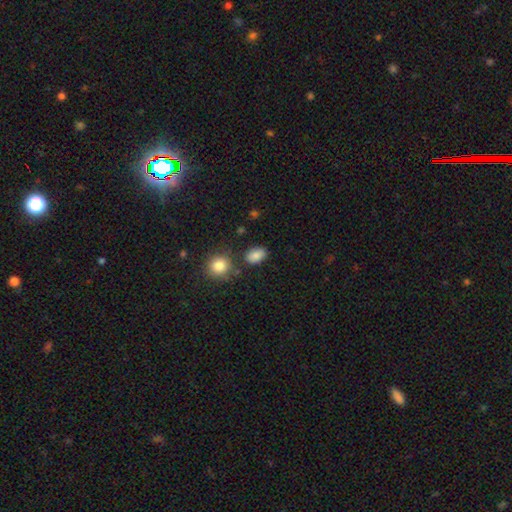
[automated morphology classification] Smooth or featured?
  - smooth: 84% *
  - star or artifact: 10%
  - featured or disk: 7%
How rounded?
  - in between: 82% *
  - round: 16%
  - cigar-shaped: 2%
Merging?
  - none: 78% *
  - minor disturbance: 13%
  - merger: 6%
  - major disturbance: 4%